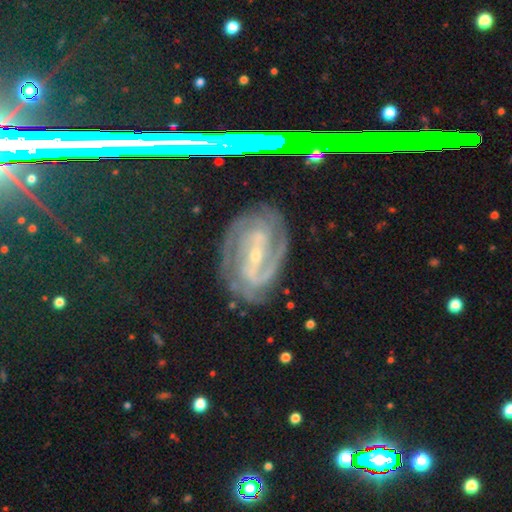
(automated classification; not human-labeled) Smooth or featured?
  - featured or disk: 82% *
  - star or artifact: 11%
  - smooth: 7%
Edge-on disk?
  - no: 94% *
  - yes: 6%
Bar?
  - strong: 53% *
  - weak: 32%
  - no: 15%
Spiral arms?
  - yes: 95% *
  - no: 5%
Spiral winding?
  - tight: 55% *
  - medium: 34%
  - loose: 11%
Spiral arm count?
  - 2: 65% *
  - can't tell: 15%
  - 3: 8%
  - 4: 5%
  - 1: 4%
  - more than 4: 4%
Bulge size?
  - small: 76% *
  - moderate: 19%
  - none: 2%
  - large: 1%
  - dominant: 1%
Merging?
  - none: 76% *
  - minor disturbance: 16%
  - major disturbance: 6%
  - merger: 2%